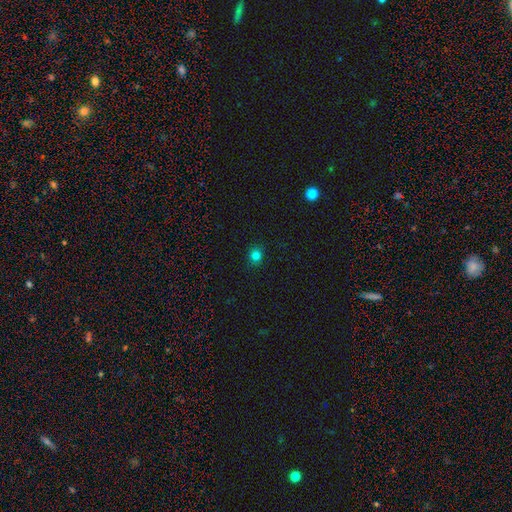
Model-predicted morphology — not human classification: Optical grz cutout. It shows a smooth galaxy with no disk features (79%) that is round (86%). Merging: none (90%).